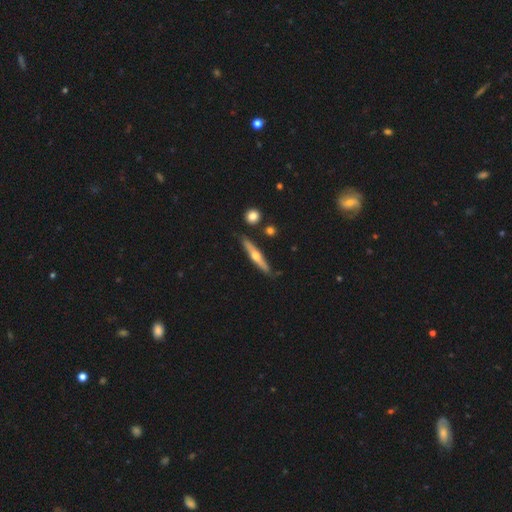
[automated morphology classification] This is likely a featured or disk galaxy (62%). It is clearly viewed edge-on (94%). Edge-on bulge: clearly rounded (91%). Merging: clearly none (83%).